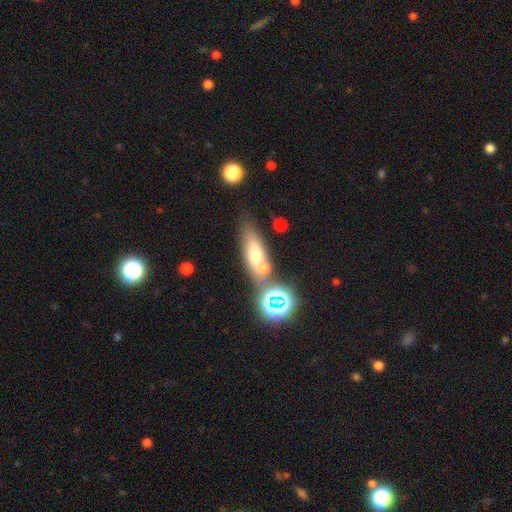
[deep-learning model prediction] Morphology: type=smooth (54%); roundness=in between (60%); merging=none (47%).